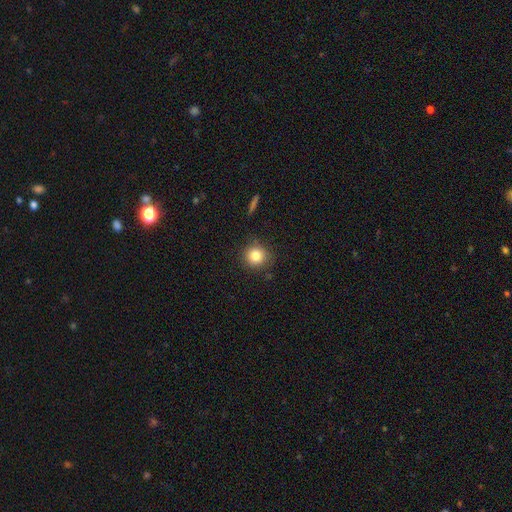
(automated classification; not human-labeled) A smooth galaxy with no disk features (82%) that is round (90%). Merging: none (85%).